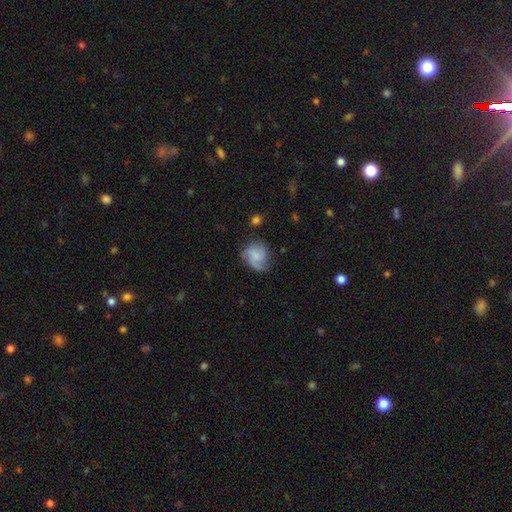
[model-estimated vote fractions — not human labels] Smooth or featured: featured or disk — 49% (smooth — 43%)
Merging: none — 60% (minor disturbance — 24%)